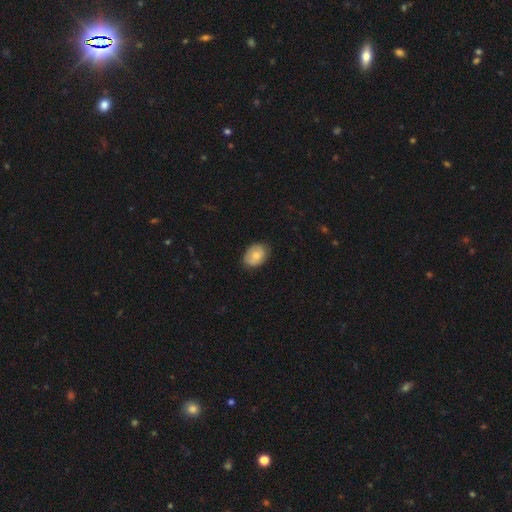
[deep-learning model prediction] Smooth or featured?
  - smooth: 81% *
  - featured or disk: 12%
  - star or artifact: 7%
How rounded?
  - in between: 71% *
  - round: 28%
  - cigar-shaped: 1%
Merging?
  - none: 81% *
  - minor disturbance: 15%
  - major disturbance: 3%
  - merger: 1%